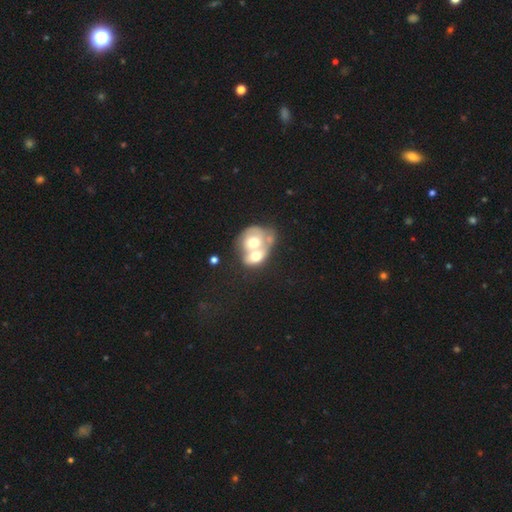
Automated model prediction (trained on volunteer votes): Overall: smooth (51%; featured or disk 41%). How rounded: in between (51%; round 48%). Merging: merger (81%).